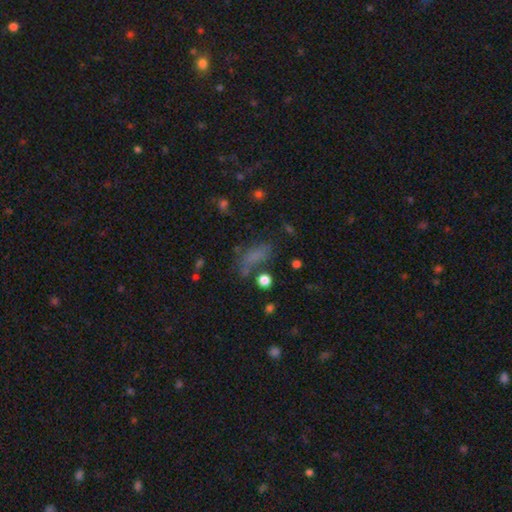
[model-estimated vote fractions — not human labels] Morphology: type=smooth (64%); roundness=in between (69%); merging=none (46%).